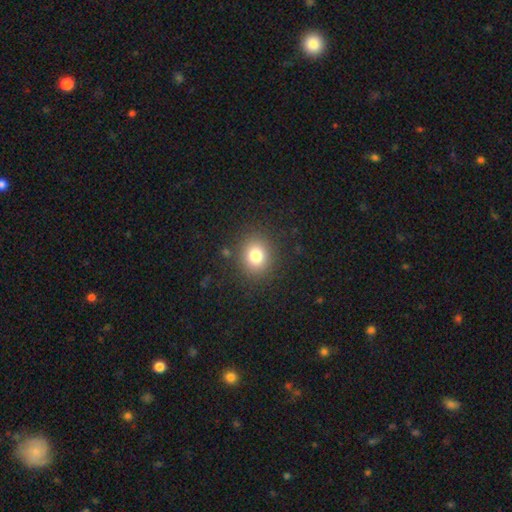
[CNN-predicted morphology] Overall: smooth (79%). How rounded: round (72%). Merging: none (87%).